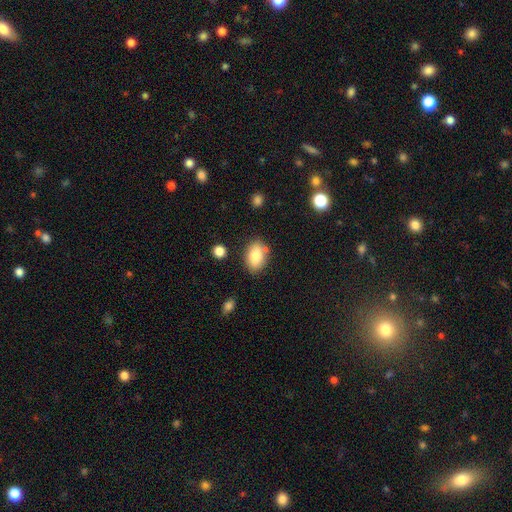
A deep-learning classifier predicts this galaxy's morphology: Smooth or featured?
  - smooth: 83% *
  - featured or disk: 9%
  - star or artifact: 8%
How rounded?
  - in between: 86% *
  - round: 13%
  - cigar-shaped: 1%
Merging?
  - none: 75% *
  - minor disturbance: 16%
  - merger: 6%
  - major disturbance: 4%